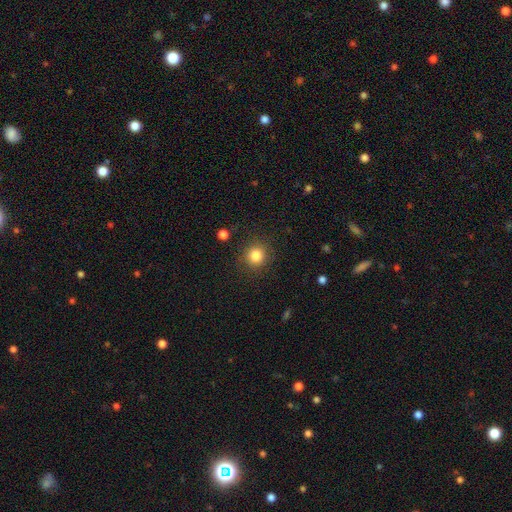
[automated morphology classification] Smooth or featured? smooth (84%)
How rounded? round (91%)
Merging? none (87%)